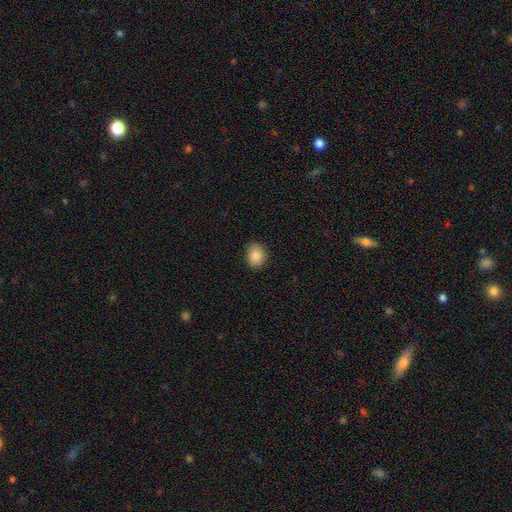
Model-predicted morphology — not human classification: type=smooth (86%); roundness=in between (54%); merging=none (85%).